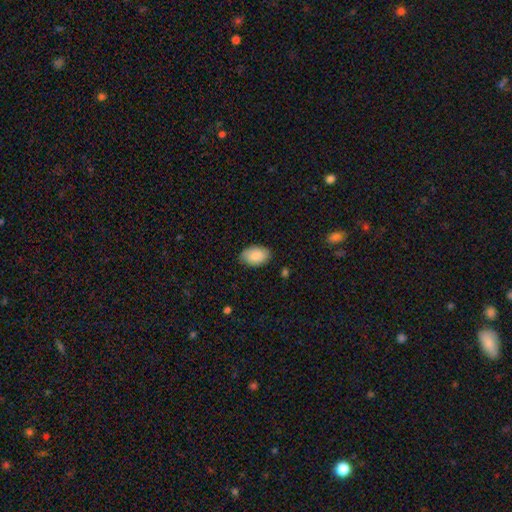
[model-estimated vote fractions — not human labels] Smooth or featured: smooth — 87% (featured or disk — 7%)
How rounded: in between — 92% (round — 7%)
Merging: none — 83% (minor disturbance — 13%)